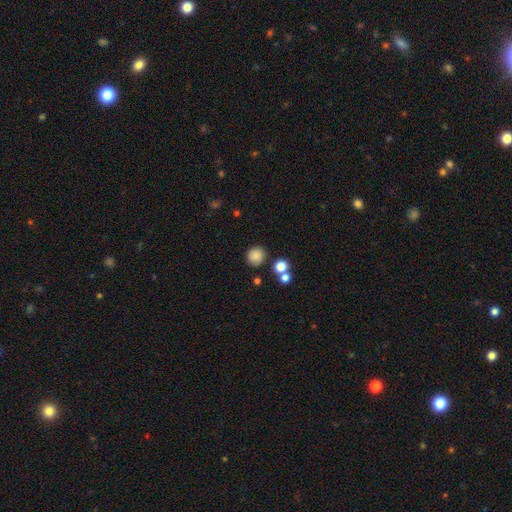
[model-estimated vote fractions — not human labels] Morphology: type=smooth (83%); roundness=round (91%); merging=none (83%).